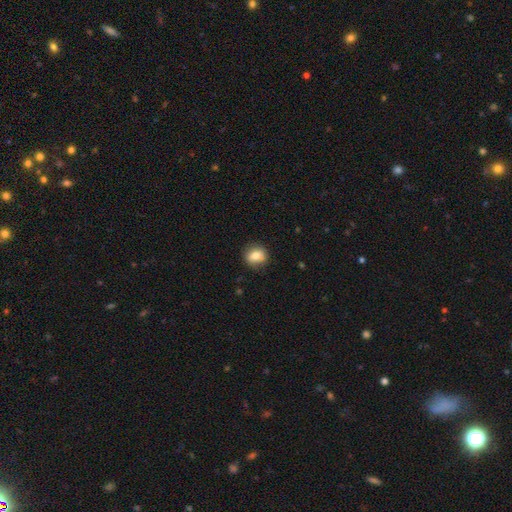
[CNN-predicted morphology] Smooth or featured: smooth — 77% (featured or disk — 14%)
How rounded: round — 71% (in between — 28%)
Merging: none — 85% (minor disturbance — 11%)